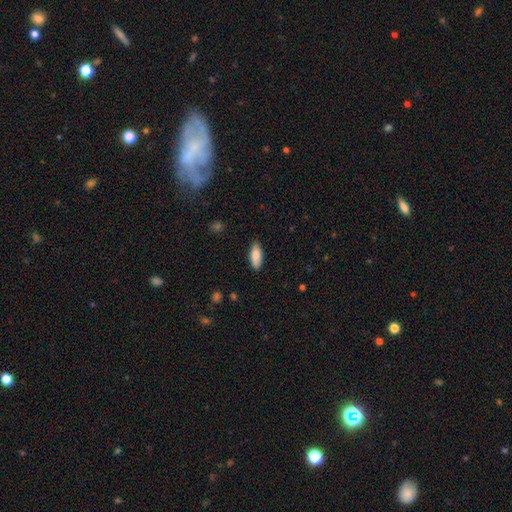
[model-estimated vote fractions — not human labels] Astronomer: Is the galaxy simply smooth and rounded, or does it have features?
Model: smooth — 86%.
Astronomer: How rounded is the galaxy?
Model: in between — 76%.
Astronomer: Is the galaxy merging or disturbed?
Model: none — 85%.